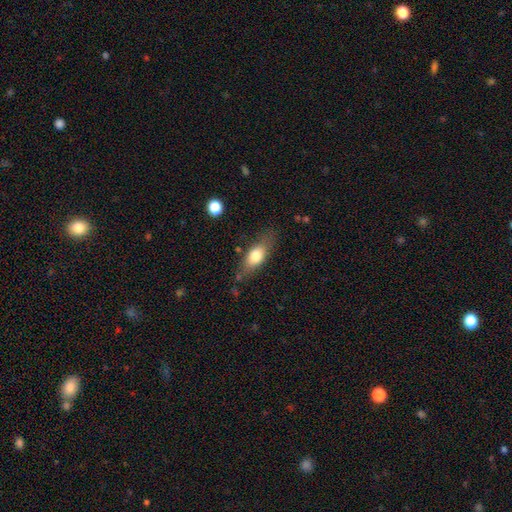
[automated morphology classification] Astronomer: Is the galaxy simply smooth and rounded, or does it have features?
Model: smooth — 69%.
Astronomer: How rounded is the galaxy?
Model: in between — 72%.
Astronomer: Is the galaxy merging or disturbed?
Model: none — 72%.